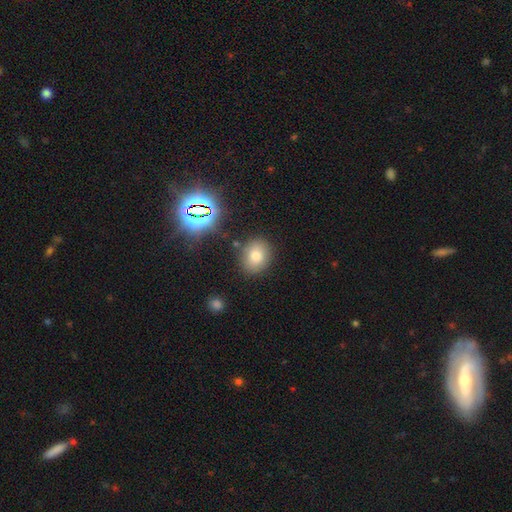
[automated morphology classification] The model was most divided on "how rounded": round: 58%, in between: 41%, cigar-shaped: 1%. More confident: merging — none (83%); smooth or featured — smooth (72%).